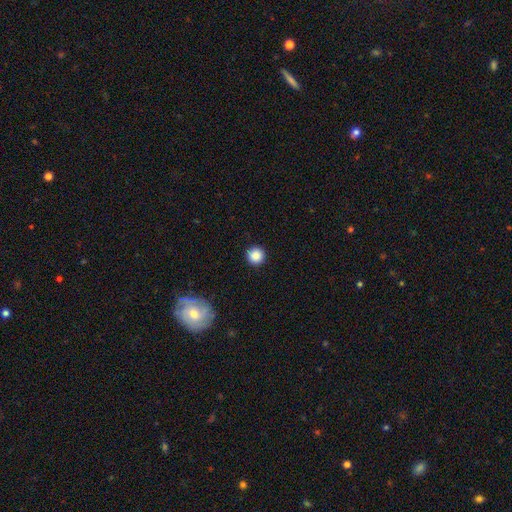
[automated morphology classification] This is clearly a smooth galaxy (87%). How rounded: clearly round (96%). Merging: clearly none (92%).